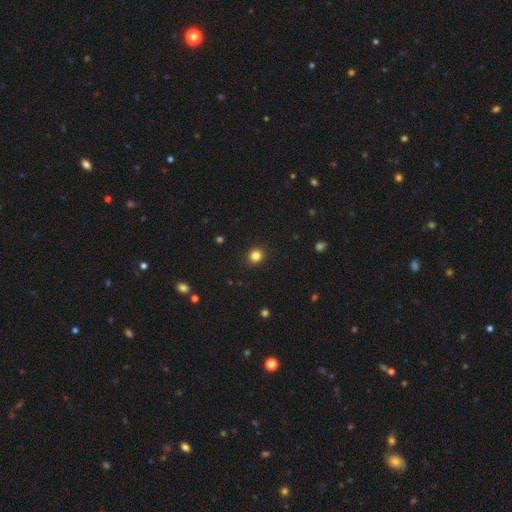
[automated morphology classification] Smooth or featured?
  - smooth: 83% *
  - star or artifact: 12%
  - featured or disk: 4%
How rounded?
  - round: 87% *
  - in between: 12%
  - cigar-shaped: 1%
Merging?
  - none: 91% *
  - minor disturbance: 6%
  - major disturbance: 2%
  - merger: 1%